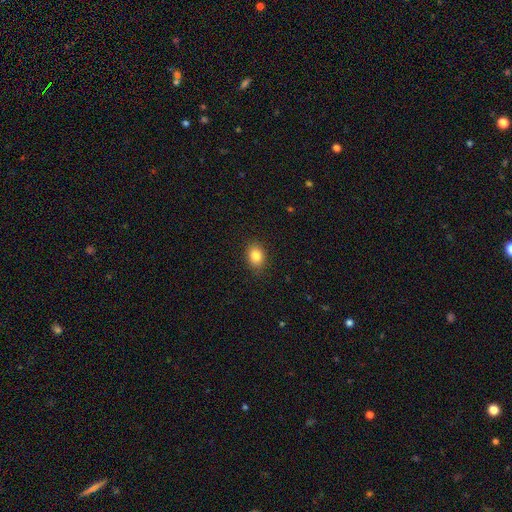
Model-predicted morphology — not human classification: Smooth or featured? smooth (85%)
How rounded? in between (58%)
Merging? none (88%)